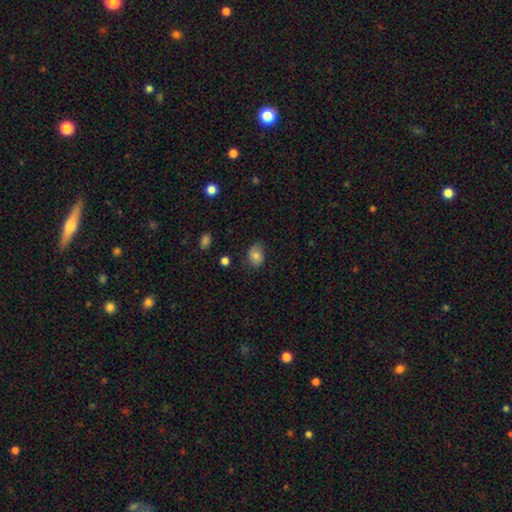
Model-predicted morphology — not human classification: Smooth or featured? smooth (80%)
How rounded? in between (64%)
Merging? none (72%)